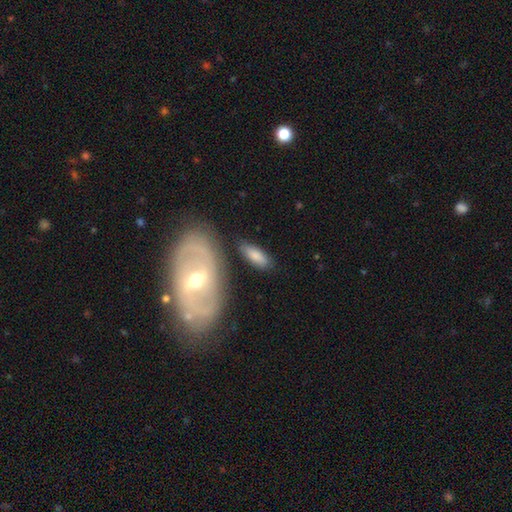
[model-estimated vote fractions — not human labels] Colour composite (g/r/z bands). It shows a smooth galaxy with no disk features (76%) that is in between round and cigar-shaped (73%). Merging: none (74%).